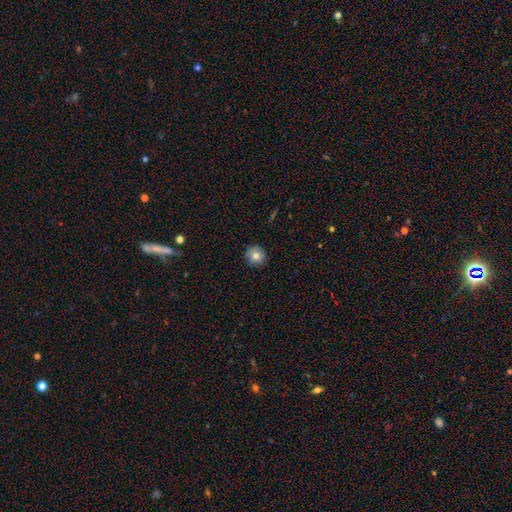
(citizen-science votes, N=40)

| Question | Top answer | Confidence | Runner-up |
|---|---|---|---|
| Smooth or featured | smooth | 85% | featured or disk (12%) |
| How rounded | round | 97% | in between (3%) |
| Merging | none | 85% | minor disturbance (10%) |